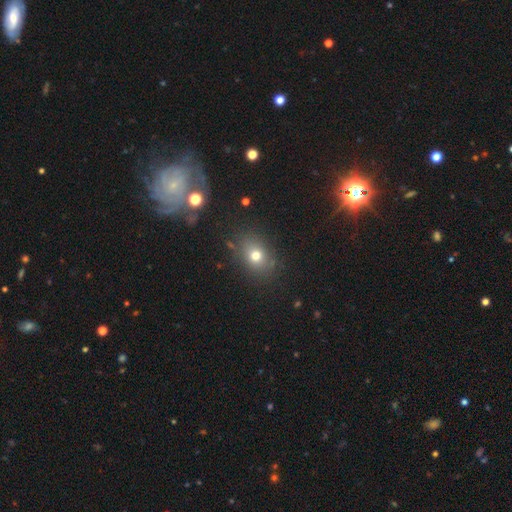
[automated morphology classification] smooth_or_featured: smooth (p=0.74) [alt: star or artifact p=0.15]
how_rounded: in between (p=0.55) [alt: round p=0.44]
merging: none (p=0.82) [alt: minor disturbance p=0.12]